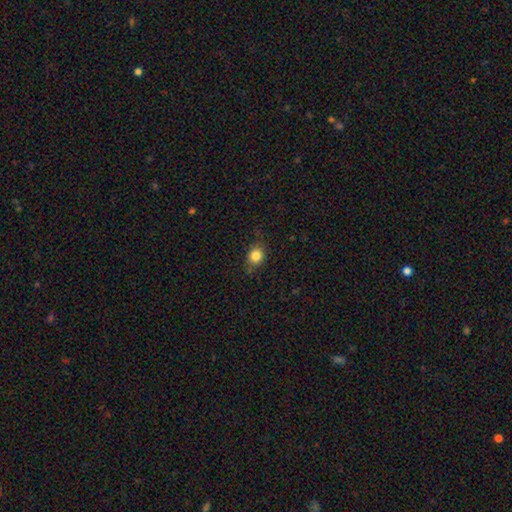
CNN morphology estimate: A smooth galaxy with no disk features (83%) that is round (66%). Merging: none (76%).